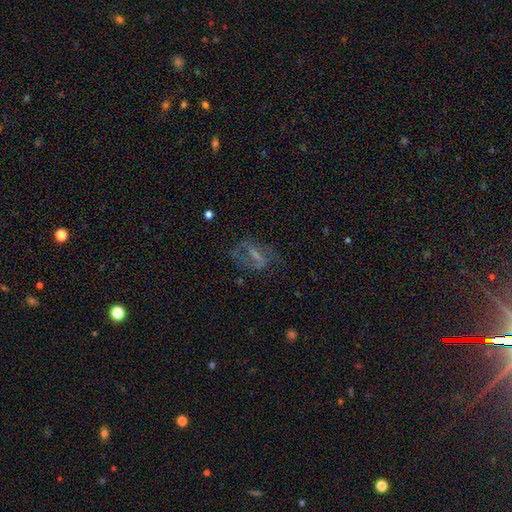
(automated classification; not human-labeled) A featured or disk galaxy (67%) with a weak bar (41%), spiral arms (72%) and a small central bulge (42%).

Vote fractions:
- Smooth or featured? featured or disk: 67% / smooth: 21% / star or artifact: 12%
- Edge-on disk? no: 94% / yes: 6%
- Bar? weak: 41% / strong: 37% / no: 23%
- Spiral arms? yes: 72% / no: 28%
- Bulge size? small: 42% / none: 29% / moderate: 24% / large: 4% / dominant: 1%
- Merging? none: 56% / major disturbance: 23% / minor disturbance: 19% / merger: 2%